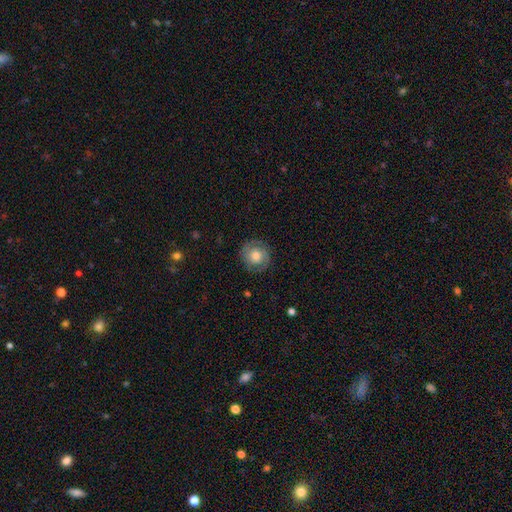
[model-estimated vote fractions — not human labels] A featured or disk galaxy (52%).

Vote fractions:
- Smooth or featured? featured or disk: 52% / smooth: 41% / star or artifact: 8%
- Edge-on disk? no: 97% / yes: 3%
- Merging? none: 83% / minor disturbance: 12% / major disturbance: 4% / merger: 1%